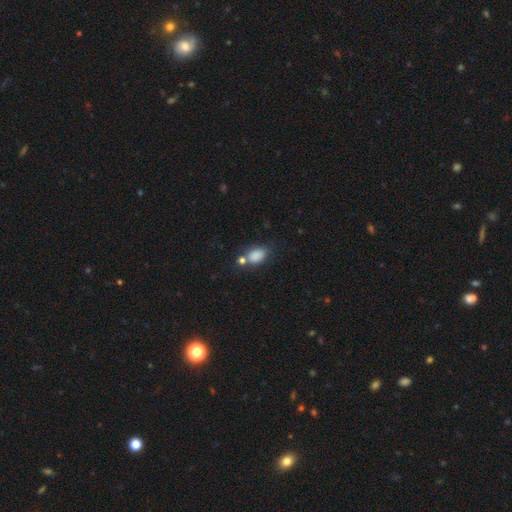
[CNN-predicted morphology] Q: Smooth or featured?
A: smooth (84%); runner-up: star or artifact (10%)
Q: How rounded?
A: in between (79%); runner-up: round (19%)
Q: Merging?
A: none (54%); runner-up: merger (21%)